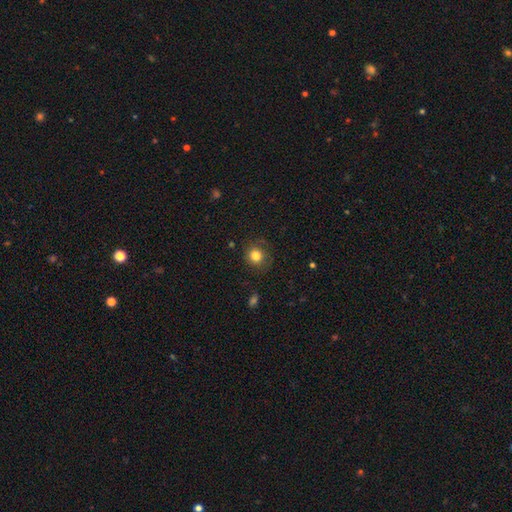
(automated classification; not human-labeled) smooth-or-featured: smooth: 81% | star or artifact: 12% | featured or disk: 7%
  how-rounded: round: 88% | in between: 11% | cigar-shaped: 1%
  merging: none: 81% | minor disturbance: 13% | major disturbance: 5% | merger: 1%